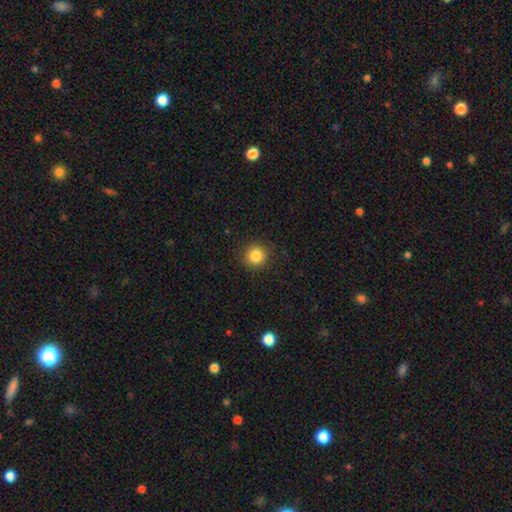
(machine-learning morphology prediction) Q: Smooth or featured?
A: smooth (85%); runner-up: star or artifact (11%)
Q: How rounded?
A: round (94%); runner-up: in between (6%)
Q: Merging?
A: none (90%); runner-up: minor disturbance (7%)